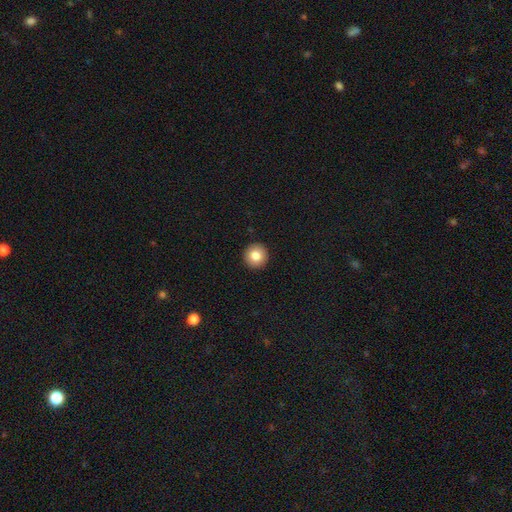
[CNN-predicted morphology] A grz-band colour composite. It shows a smooth galaxy with no disk features (82%) that is round (95%). Merging: none (93%).